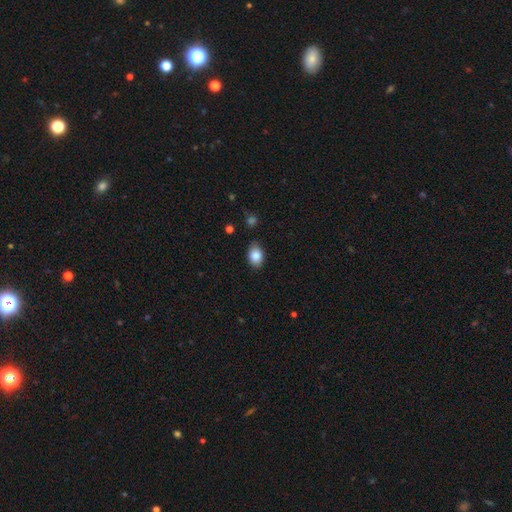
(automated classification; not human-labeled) Smooth or featured? smooth (86%)
How rounded? in between (81%)
Merging? none (80%)